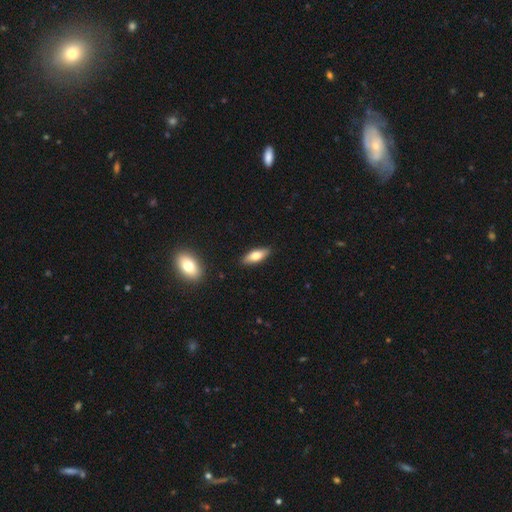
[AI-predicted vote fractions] smooth-or-featured: smooth: 70% | featured or disk: 23% | star or artifact: 6%
  how-rounded: in between: 69% | cigar-shaped: 29% | round: 2%
  merging: none: 88% | minor disturbance: 9% | major disturbance: 2% | merger: 1%